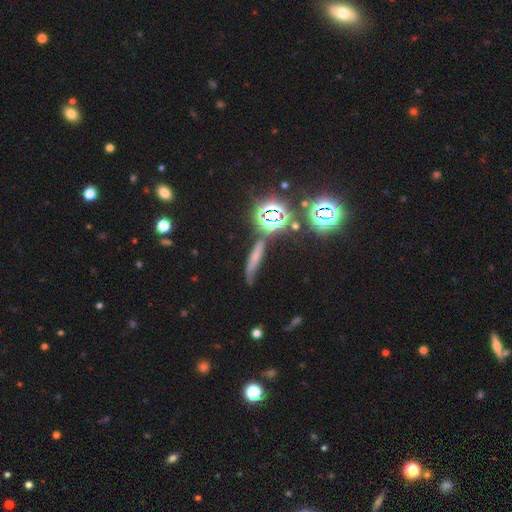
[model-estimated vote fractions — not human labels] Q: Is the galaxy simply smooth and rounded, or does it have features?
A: smooth — 45%.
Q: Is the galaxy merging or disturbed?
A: none — 67%.